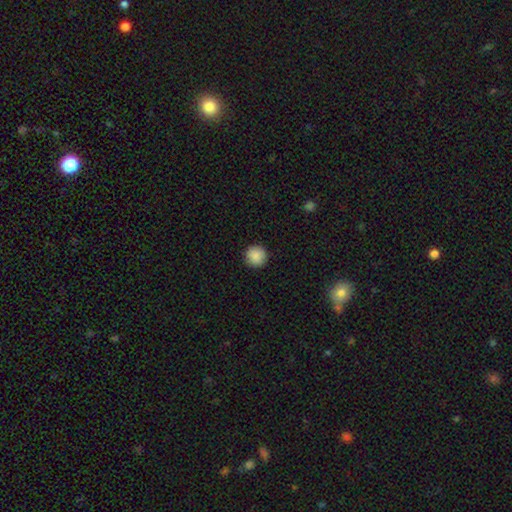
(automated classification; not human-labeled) smooth 88%, star or artifact 9%, featured or disk 3%. Down the decision tree: how rounded — round (96%); merging — none (92%).